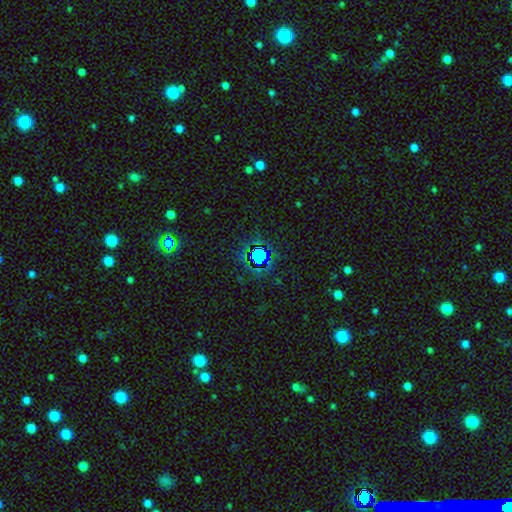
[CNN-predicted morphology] Smooth or featured? Predicted: star or artifact (p=0.68).